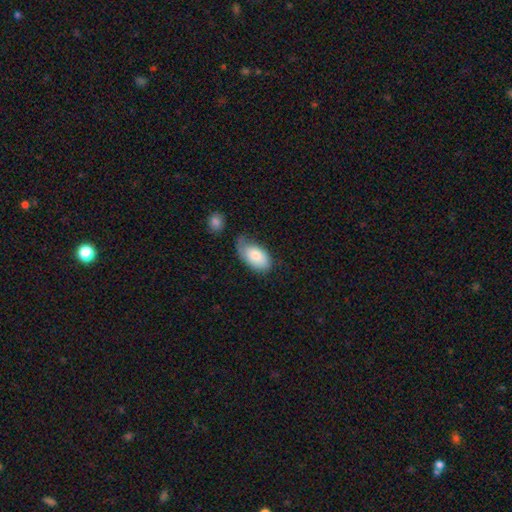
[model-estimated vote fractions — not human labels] This is likely a smooth galaxy (77%). How rounded: clearly in between (94%). Merging: possibly none (47%).